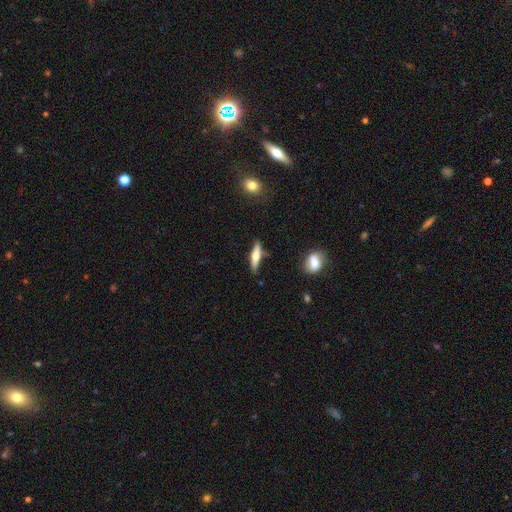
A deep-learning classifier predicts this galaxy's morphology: Q: Smooth or featured?
A: featured or disk (47%); tied with: smooth (47%)
Q: Merging?
A: none (80%); runner-up: minor disturbance (13%)